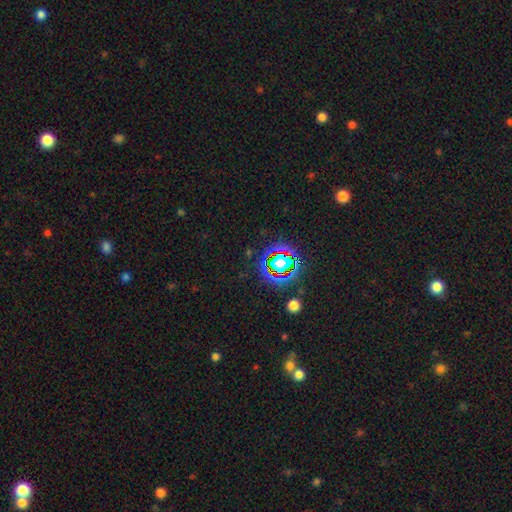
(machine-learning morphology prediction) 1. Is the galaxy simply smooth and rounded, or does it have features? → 79% star or artifact, 13% smooth, 8% featured or disk.